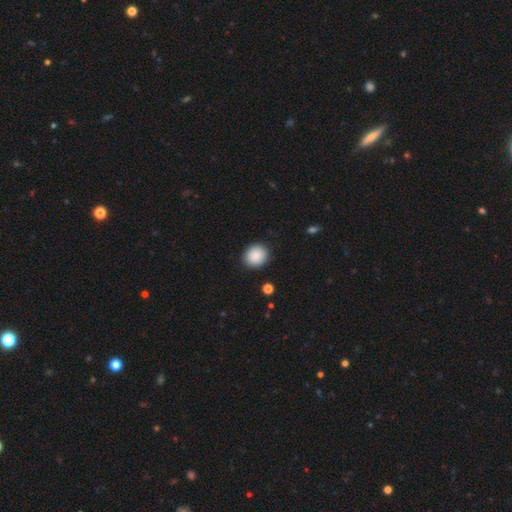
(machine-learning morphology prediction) Overall: smooth (87%). How rounded: round (73%). Merging: none (89%).